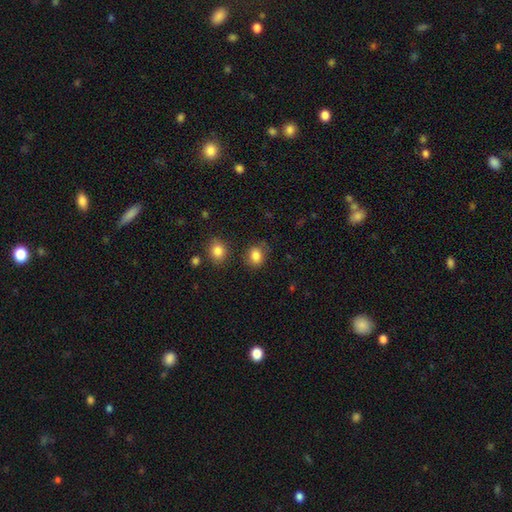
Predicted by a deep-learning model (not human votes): Morphology: type=smooth (85%); roundness=round (52%); merging=none (76%).